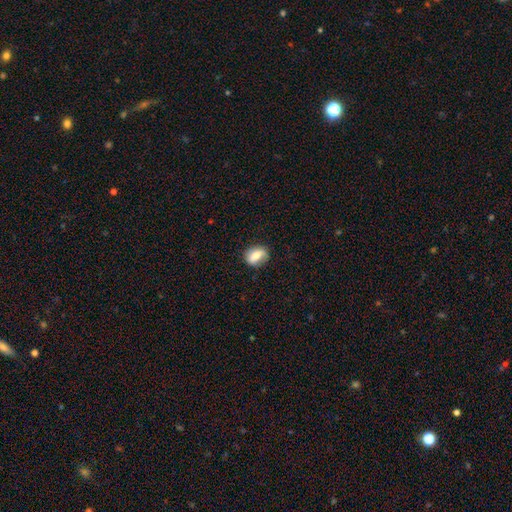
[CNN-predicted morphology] Smooth or featured?
  - smooth: 65% *
  - featured or disk: 27%
  - star or artifact: 8%
How rounded?
  - in between: 63% *
  - round: 35%
  - cigar-shaped: 2%
Merging?
  - none: 74% *
  - minor disturbance: 19%
  - major disturbance: 5%
  - merger: 1%